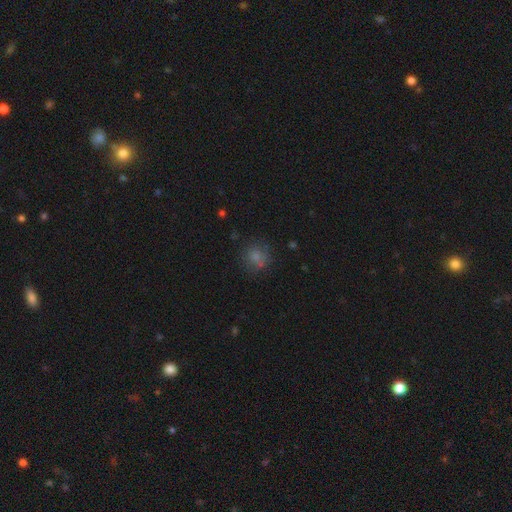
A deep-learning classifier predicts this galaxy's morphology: smooth_or_featured: smooth (p=0.67) [alt: star or artifact p=0.23]
how_rounded: round (p=0.84) [alt: in between p=0.15]
merging: none (p=0.77) [alt: minor disturbance p=0.14]